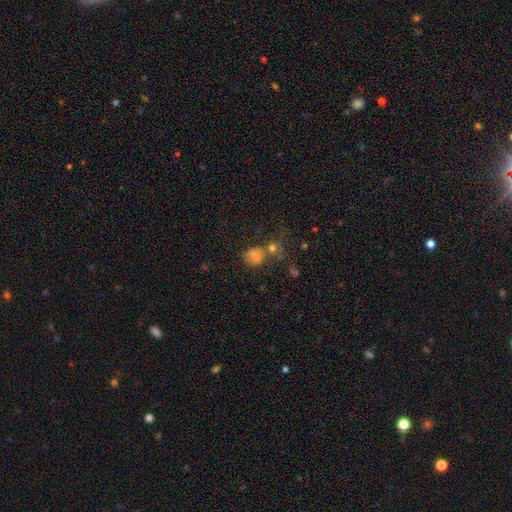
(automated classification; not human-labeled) A smooth galaxy with no disk features (72%) that is round (63%). Merging: none (42%).